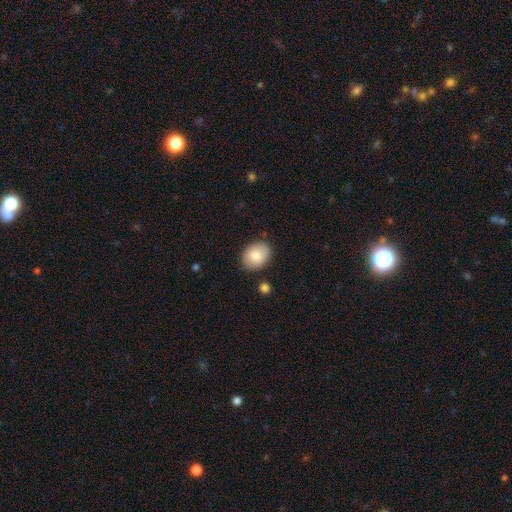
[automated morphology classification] The model was most divided on "how rounded": in between: 60%, round: 39%, cigar-shaped: 1%. More confident: merging — none (84%); smooth or featured — smooth (81%).